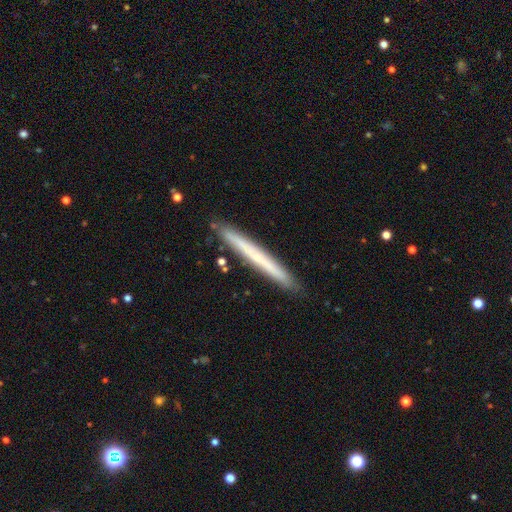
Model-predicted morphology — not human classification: This appears to be a featured or disk galaxy (48%). Merging: none (90%).